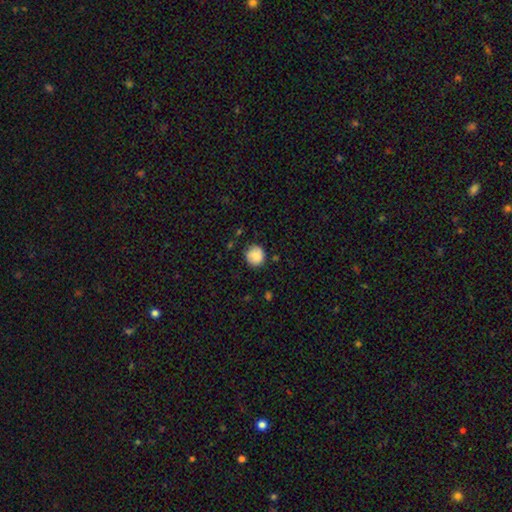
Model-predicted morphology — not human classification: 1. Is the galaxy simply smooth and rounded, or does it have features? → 86% smooth, 7% star or artifact, 6% featured or disk.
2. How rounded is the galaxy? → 91% round, 8% in between, 1% cigar-shaped.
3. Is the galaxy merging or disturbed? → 80% none, 15% minor disturbance, 3% major disturbance, 2% merger.